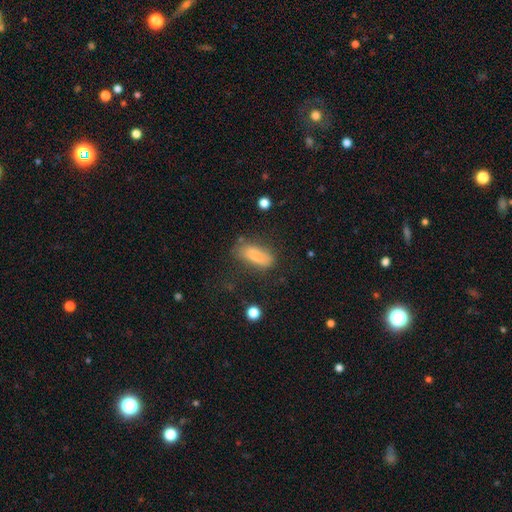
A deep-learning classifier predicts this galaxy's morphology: A smooth galaxy with no disk features (78%) that is in between round and cigar-shaped (75%).

Vote fractions:
- Smooth or featured? smooth: 78% / featured or disk: 13% / star or artifact: 9%
- How rounded? in between: 75% / cigar-shaped: 22% / round: 3%
- Merging? none: 57% / minor disturbance: 26% / major disturbance: 12% / merger: 5%